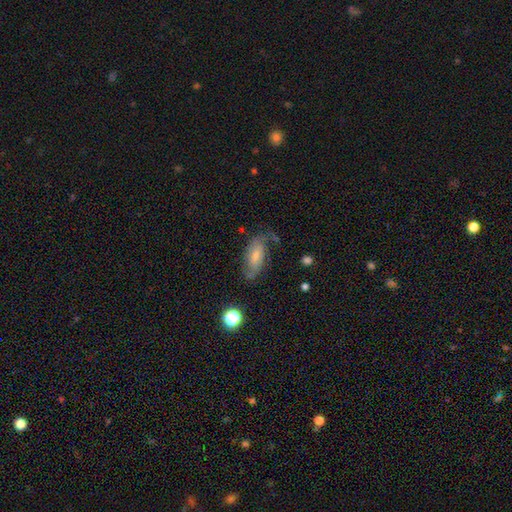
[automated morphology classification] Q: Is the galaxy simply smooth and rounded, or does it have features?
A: featured or disk — 57%.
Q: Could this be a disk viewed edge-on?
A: no — 91%.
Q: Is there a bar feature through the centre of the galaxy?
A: no — 52%.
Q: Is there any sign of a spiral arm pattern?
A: yes — 87%.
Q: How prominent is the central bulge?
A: small — 44%.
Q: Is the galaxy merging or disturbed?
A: none — 64%.